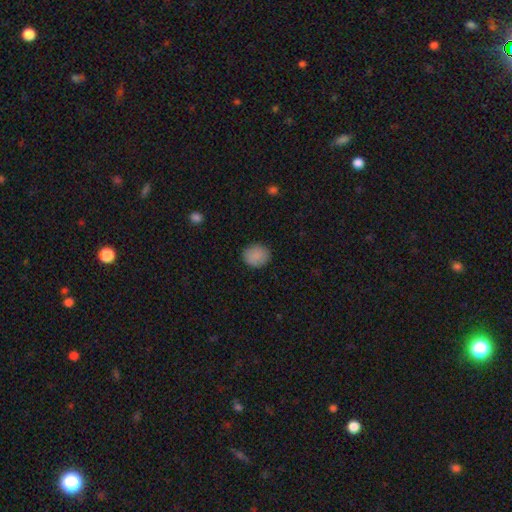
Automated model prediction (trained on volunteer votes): The model was most divided on "how rounded": round: 74%, in between: 25%, cigar-shaped: 1%. More confident: merging — none (88%); smooth or featured — smooth (87%).